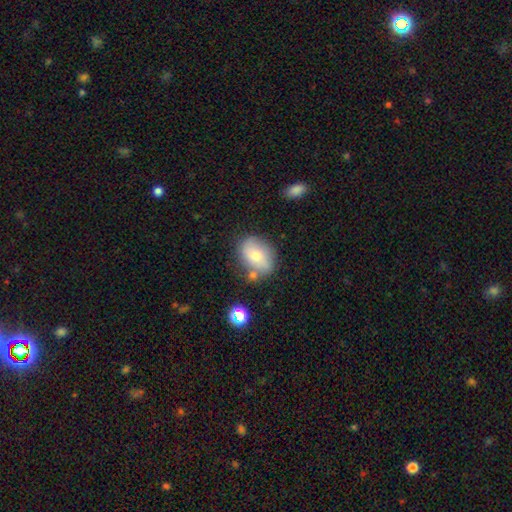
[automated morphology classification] Smooth or featured? smooth (64%)
How rounded? in between (65%)
Merging? none (65%)